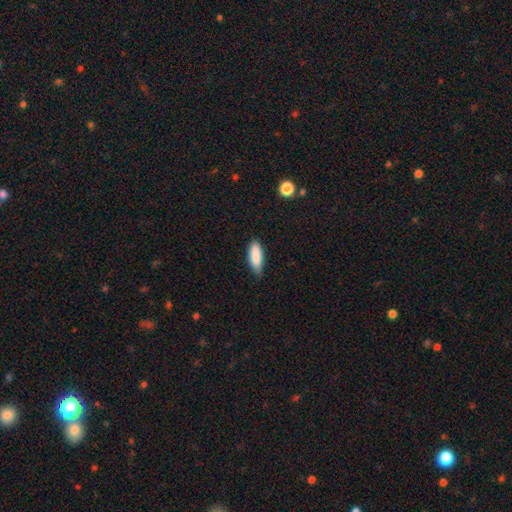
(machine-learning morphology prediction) This appears to be a smooth galaxy with no disk features (88%) that is in between round and cigar-shaped (59%). Merging: none (79%).